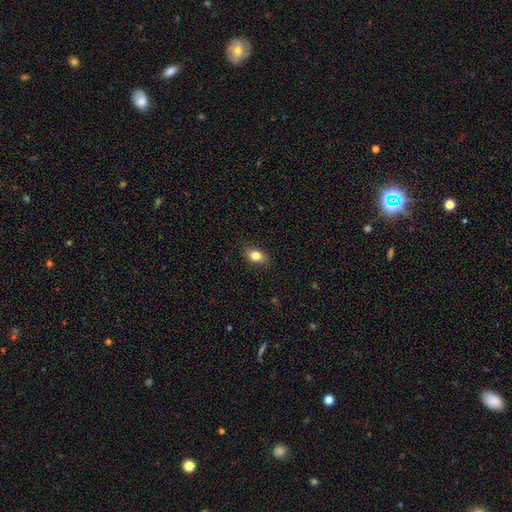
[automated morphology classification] A smooth galaxy with no disk features (81%) that is in between round and cigar-shaped (77%).

Vote fractions:
- Smooth or featured? smooth: 81% / featured or disk: 10% / star or artifact: 9%
- How rounded? in between: 77% / round: 20% / cigar-shaped: 3%
- Merging? none: 84% / minor disturbance: 12% / major disturbance: 3% / merger: 1%